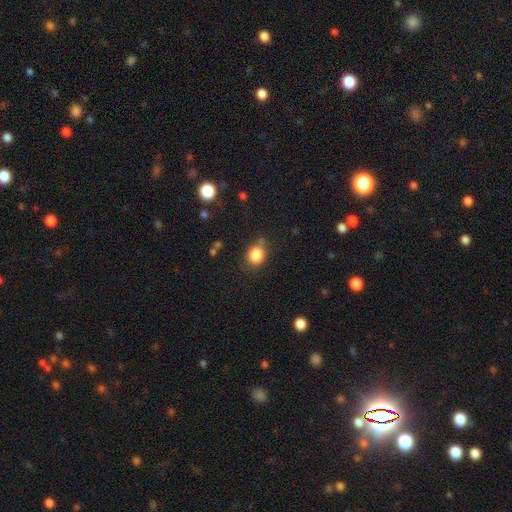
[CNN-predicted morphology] This is clearly a smooth galaxy (84%). How rounded: possibly round (55%). Merging: likely none (70%).